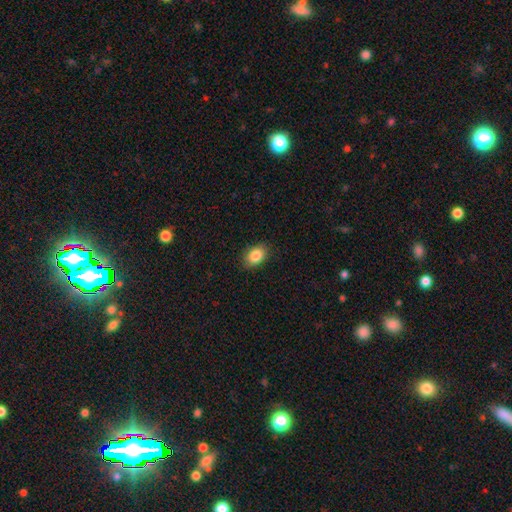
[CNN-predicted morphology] This is clearly a smooth galaxy (85%). How rounded: likely in between (79%). Merging: clearly none (87%).